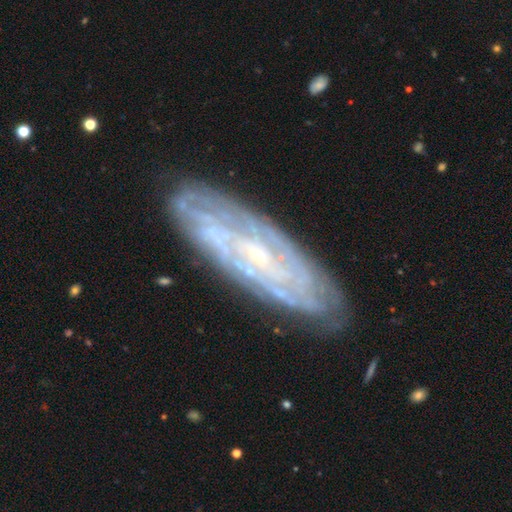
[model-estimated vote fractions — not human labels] Q: Smooth or featured?
A: featured or disk (83%); runner-up: smooth (10%)
Q: Edge-on disk?
A: no (81%); runner-up: yes (19%)
Q: Bar?
A: no (51%); runner-up: weak (34%)
Q: Spiral arms?
A: yes (92%); runner-up: no (8%)
Q: Spiral winding?
A: tight (75%); runner-up: medium (20%)
Q: Spiral arm count?
A: can't tell (48%); runner-up: 2 (17%)
Q: Bulge size?
A: small (76%); runner-up: moderate (16%)
Q: Merging?
A: none (81%); runner-up: minor disturbance (14%)